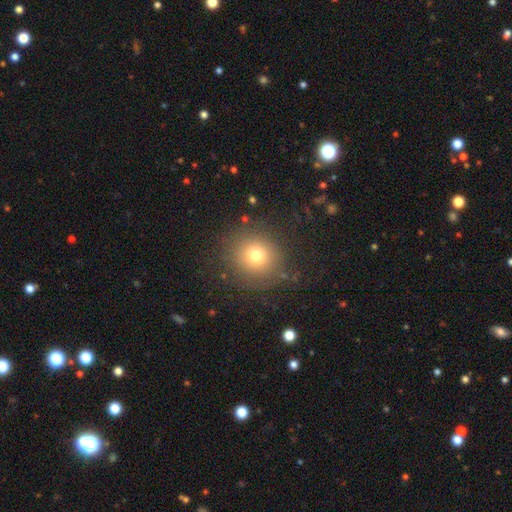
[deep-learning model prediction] Smooth or featured? Predicted: smooth (p=0.73). How rounded? Predicted: round (p=0.91). Merging? Predicted: none (p=0.85).